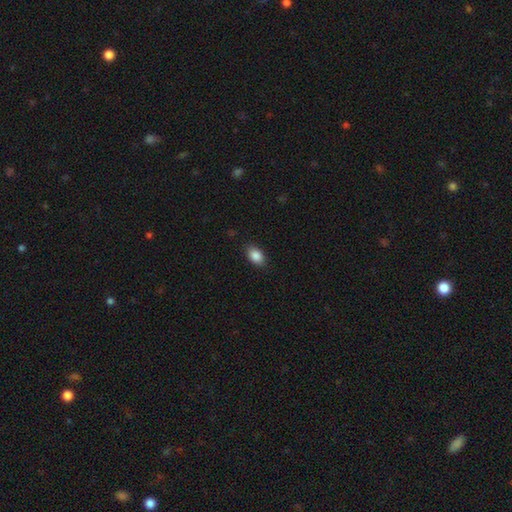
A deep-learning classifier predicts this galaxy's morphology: Smooth or featured: smooth — 88% (star or artifact — 8%)
How rounded: in between — 87% (round — 11%)
Merging: none — 87% (minor disturbance — 9%)